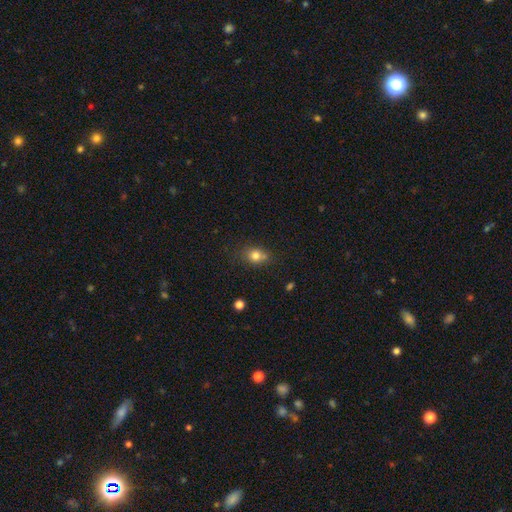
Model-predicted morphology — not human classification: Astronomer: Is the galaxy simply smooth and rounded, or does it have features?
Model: smooth — 78%.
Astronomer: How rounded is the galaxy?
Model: round — 55% (runner-up: in between, 44%).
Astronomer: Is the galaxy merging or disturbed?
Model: none — 62%.